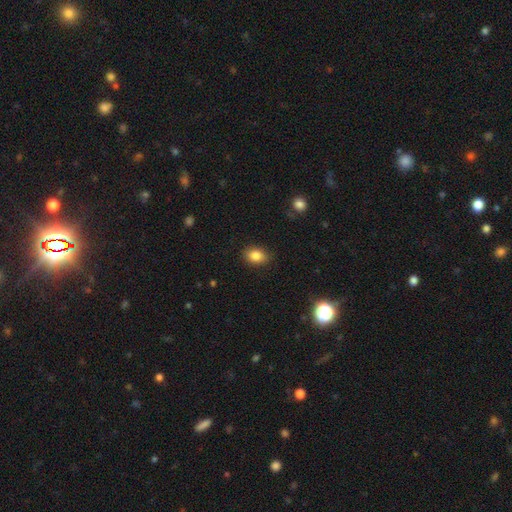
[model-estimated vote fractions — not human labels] Smooth or featured: smooth — 85% (star or artifact — 9%)
How rounded: in between — 74% (round — 24%)
Merging: none — 86% (minor disturbance — 10%)